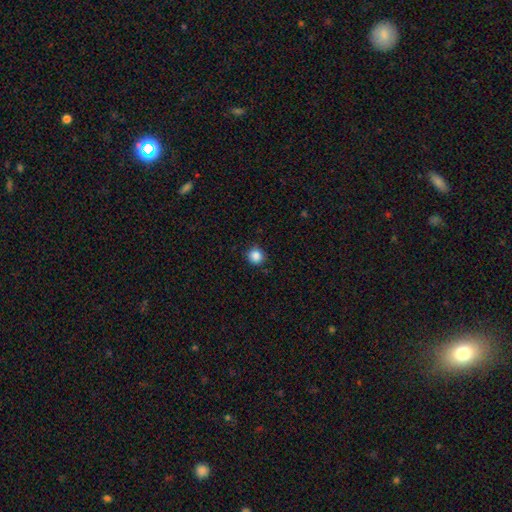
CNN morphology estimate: smooth-or-featured: smooth: 86% | star or artifact: 11% | featured or disk: 3%
  how-rounded: round: 92% | in between: 7% | cigar-shaped: 1%
  merging: none: 88% | minor disturbance: 9% | major disturbance: 2% | merger: 1%